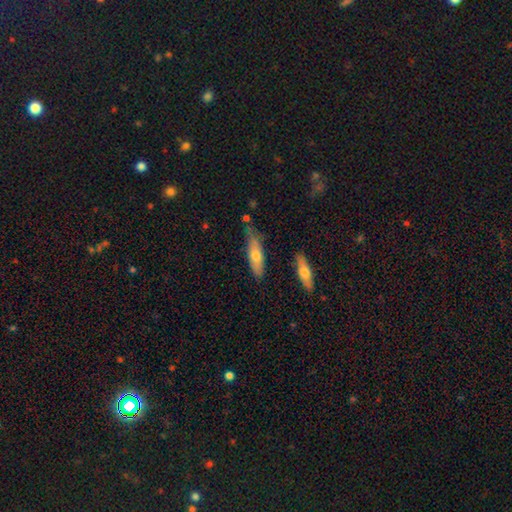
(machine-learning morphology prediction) The model was most divided on "how rounded": cigar-shaped: 59%, in between: 39%, round: 2%. More confident: merging — none (67%); smooth or featured — smooth (62%).